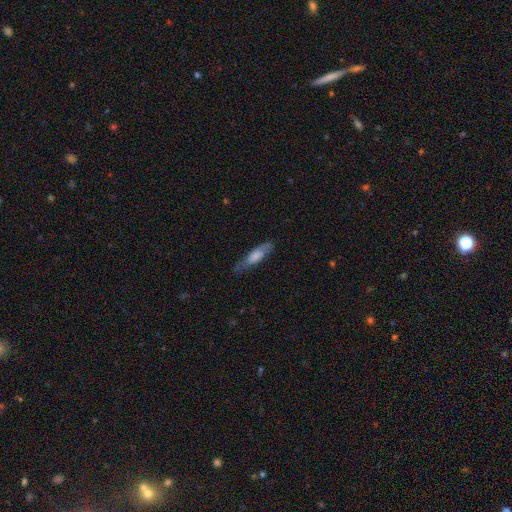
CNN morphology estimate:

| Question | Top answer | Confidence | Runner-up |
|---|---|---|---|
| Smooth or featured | smooth | 65% | featured or disk (29%) |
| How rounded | cigar-shaped | 67% | in between (31%) |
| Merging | none | 66% | minor disturbance (25%) |